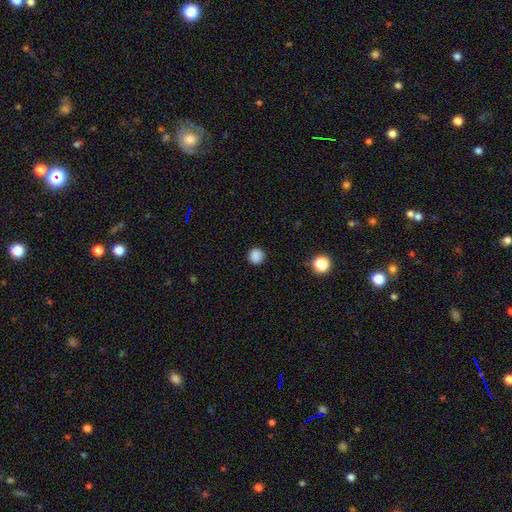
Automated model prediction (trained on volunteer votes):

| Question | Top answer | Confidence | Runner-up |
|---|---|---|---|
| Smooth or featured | smooth | 86% | star or artifact (11%) |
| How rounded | round | 95% | in between (4%) |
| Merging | none | 92% | minor disturbance (5%) |